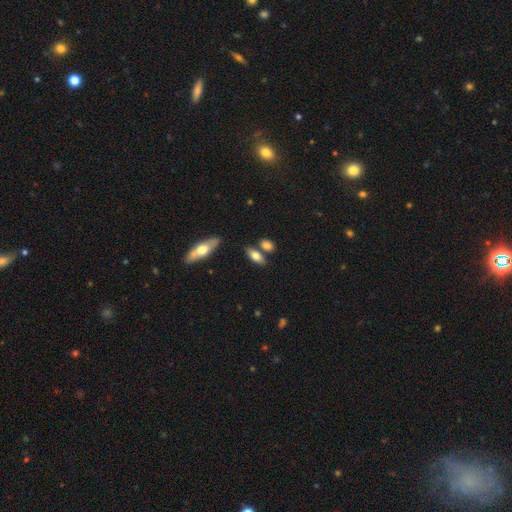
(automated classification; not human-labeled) smooth-or-featured: smooth: 73% | featured or disk: 20% | star or artifact: 7%
  how-rounded: in between: 76% | cigar-shaped: 19% | round: 5%
  merging: none: 66% | merger: 19% | minor disturbance: 12% | major disturbance: 3%